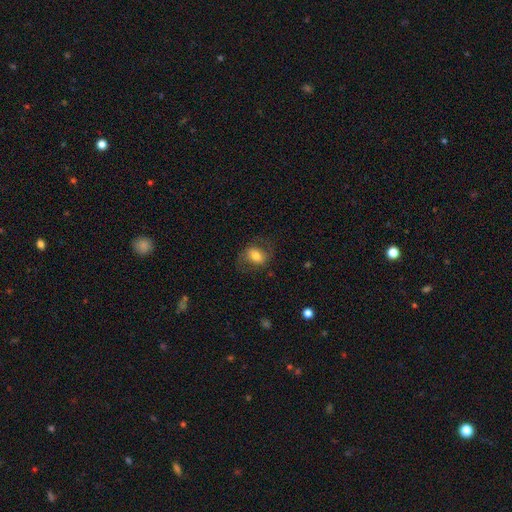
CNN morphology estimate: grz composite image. It shows a smooth galaxy with no disk features (57%) that is in between round and cigar-shaped (61%). Merging: none (68%).